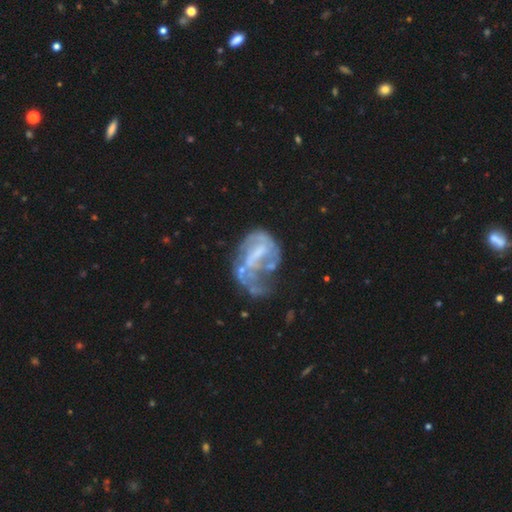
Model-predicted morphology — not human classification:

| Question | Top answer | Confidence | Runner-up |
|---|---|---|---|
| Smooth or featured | featured or disk | 72% | smooth (18%) |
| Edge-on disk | no | 98% | yes (2%) |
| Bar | no | 43% | weak (39%) |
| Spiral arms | yes | 54% | no (46%) |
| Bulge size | none | 49% | small (27%) |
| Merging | major disturbance | 45% | none (25%) |